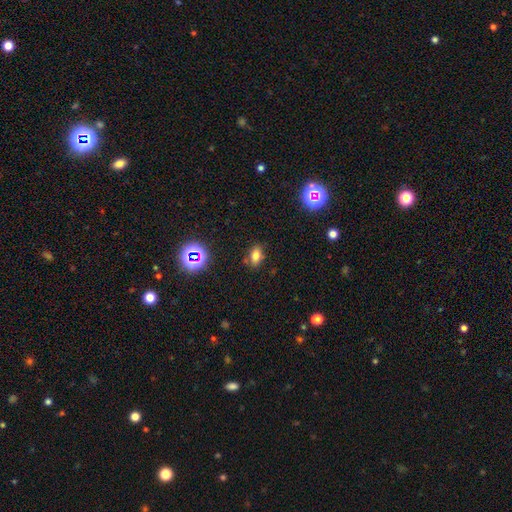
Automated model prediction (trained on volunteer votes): Overall: smooth (73%). How rounded: in between (82%). Merging: none (80%).